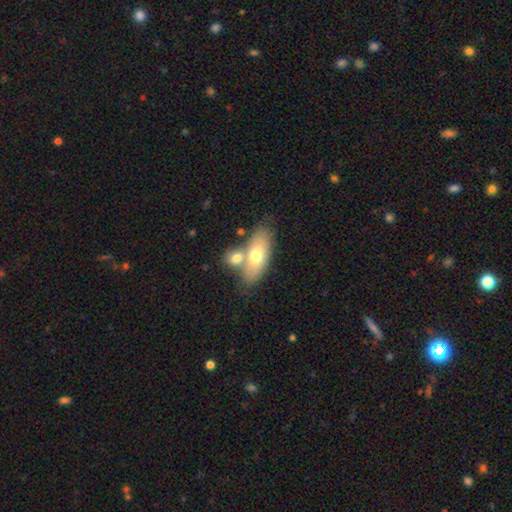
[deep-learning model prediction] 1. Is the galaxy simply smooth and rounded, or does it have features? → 65% smooth, 29% featured or disk, 6% star or artifact.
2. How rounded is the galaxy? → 81% in between, 14% cigar-shaped, 5% round.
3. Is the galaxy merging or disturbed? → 44% none, 41% merger, 11% minor disturbance, 4% major disturbance.